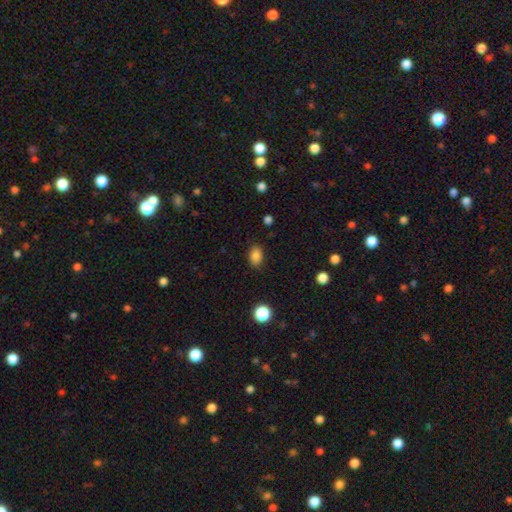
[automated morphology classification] type=smooth (85%); roundness=in between (76%); merging=none (85%).